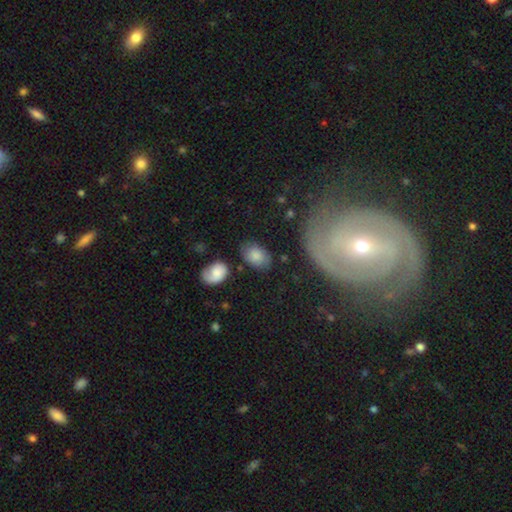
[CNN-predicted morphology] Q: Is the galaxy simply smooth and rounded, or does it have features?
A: smooth — 80%.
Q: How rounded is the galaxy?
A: in between — 86%.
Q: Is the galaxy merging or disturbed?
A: none — 74%.